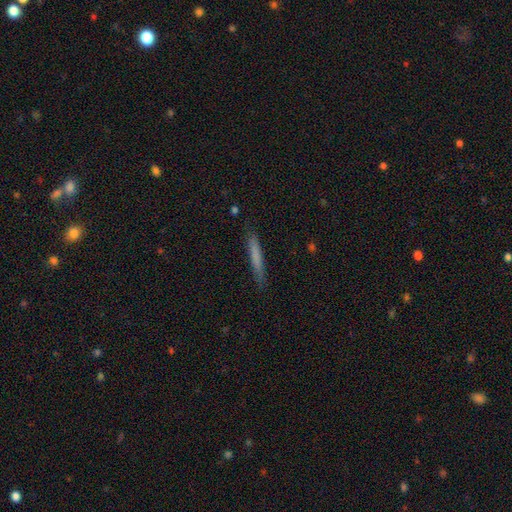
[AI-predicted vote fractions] This appears to be a smooth galaxy with no disk features (72%) that is cigar-shaped (95%). Merging: none (84%).